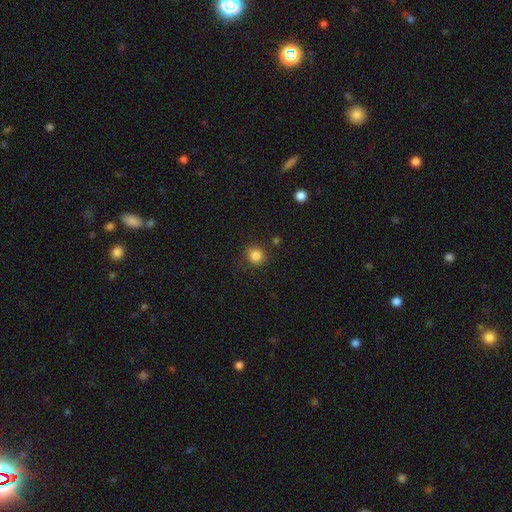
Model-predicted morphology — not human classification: Smooth or featured: smooth — 82% (star or artifact — 12%)
How rounded: round — 89% (in between — 10%)
Merging: none — 83% (minor disturbance — 12%)